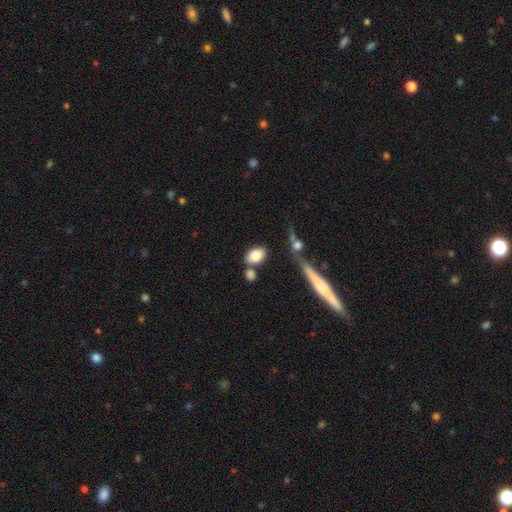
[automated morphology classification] Smooth or featured?
  - smooth: 82% *
  - featured or disk: 11%
  - star or artifact: 7%
How rounded?
  - in between: 84% *
  - round: 14%
  - cigar-shaped: 3%
Merging?
  - none: 69% *
  - merger: 14%
  - minor disturbance: 12%
  - major disturbance: 4%